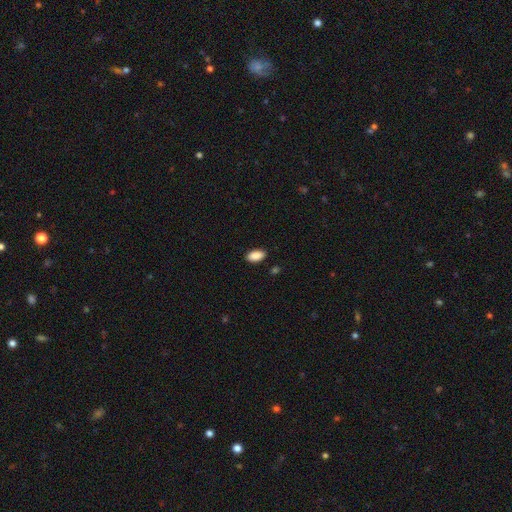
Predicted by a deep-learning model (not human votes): Smooth or featured: smooth — 90% (star or artifact — 7%)
How rounded: in between — 93% (cigar-shaped — 4%)
Merging: none — 88% (minor disturbance — 9%)